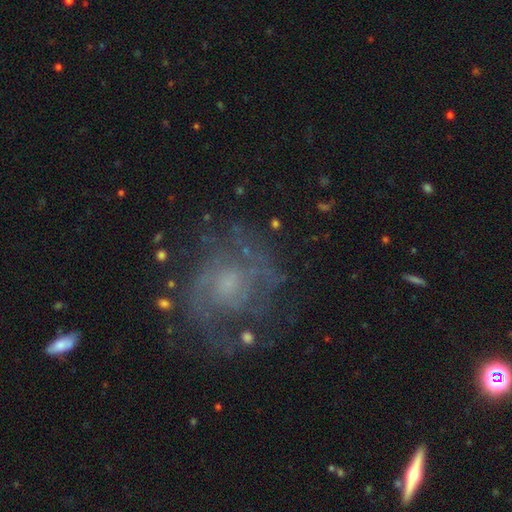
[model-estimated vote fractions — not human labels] smooth-or-featured: featured or disk: 76% | star or artifact: 13% | smooth: 11%
  disk-edge-on: no: 97% | yes: 3%
    bar: no: 66% | weak: 29% | strong: 5%
    has-spiral-arms: yes: 90% | no: 10%
      spiral-winding: tight: 47% | medium: 40% | loose: 13%
      spiral-arm-count: 2: 42% | can't tell: 32% | 3: 11% | 4: 5% | 1: 5% | more than 4: 4%
    bulge-size: small: 47% | moderate: 36% | none: 11% | large: 5% | dominant: 1%
  merging: none: 74% | minor disturbance: 14% | major disturbance: 10% | merger: 2%